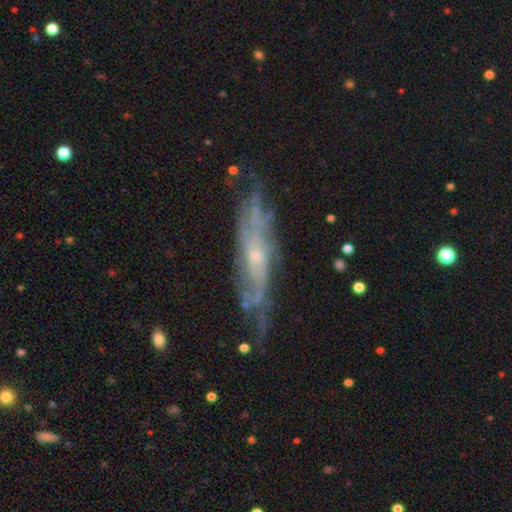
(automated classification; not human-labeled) Smooth or featured?
  - featured or disk: 79% *
  - smooth: 14%
  - star or artifact: 7%
Edge-on disk?
  - no: 71% *
  - yes: 29%
Bar?
  - no: 70% *
  - weak: 25%
  - strong: 5%
Spiral arms?
  - yes: 85% *
  - no: 15%
Bulge size?
  - small: 66% *
  - moderate: 28%
  - none: 4%
  - large: 2%
  - dominant: 1%
Merging?
  - none: 64% *
  - minor disturbance: 23%
  - major disturbance: 10%
  - merger: 3%